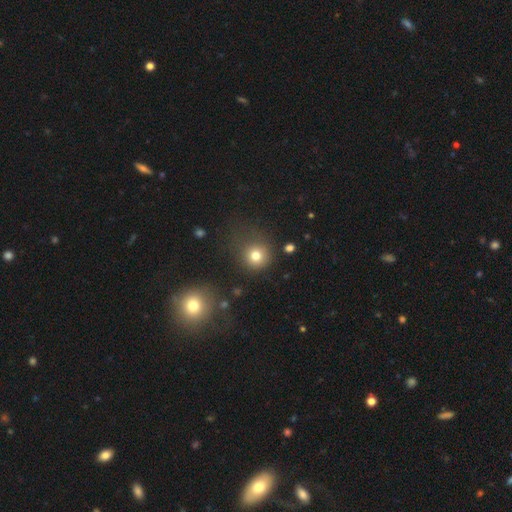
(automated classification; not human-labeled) smooth_or_featured: smooth (p=0.78) [alt: star or artifact p=0.14]
how_rounded: round (p=0.91) [alt: in between p=0.08]
merging: none (p=0.70) [alt: minor disturbance p=0.15]